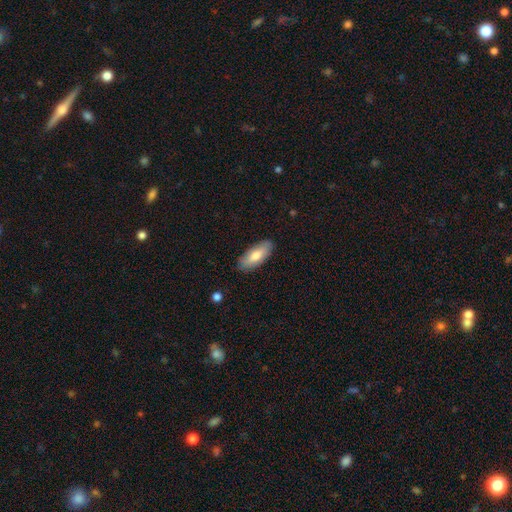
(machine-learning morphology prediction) Smooth or featured: smooth — 74% (featured or disk — 20%)
How rounded: in between — 82% (cigar-shaped — 16%)
Merging: none — 86% (minor disturbance — 11%)